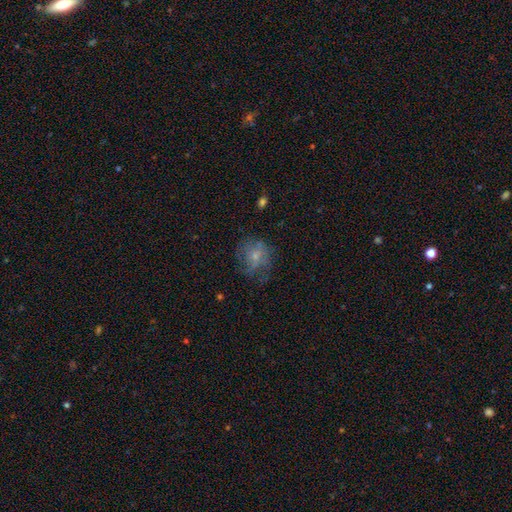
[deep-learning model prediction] smooth_or_featured: smooth (p=0.52) [alt: featured or disk p=0.36]
how_rounded: round (p=0.69) [alt: in between p=0.30]
merging: none (p=0.51) [alt: minor disturbance p=0.24]